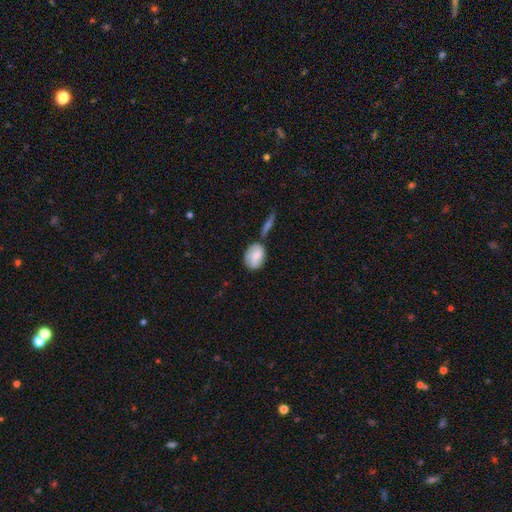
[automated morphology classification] A smooth galaxy with no disk features (72%) that is in between round and cigar-shaped (74%).

Vote fractions:
- Smooth or featured? smooth: 72% / featured or disk: 22% / star or artifact: 7%
- How rounded? in between: 74% / round: 24% / cigar-shaped: 2%
- Merging? none: 57% / minor disturbance: 22% / merger: 15% / major disturbance: 6%